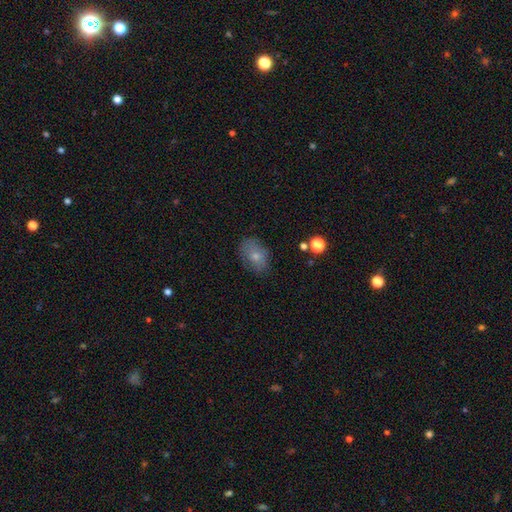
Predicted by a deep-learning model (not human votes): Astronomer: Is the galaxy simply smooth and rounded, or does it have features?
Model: smooth — 72%.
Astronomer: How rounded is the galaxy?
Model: in between — 77%.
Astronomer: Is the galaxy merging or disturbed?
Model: none — 74%.